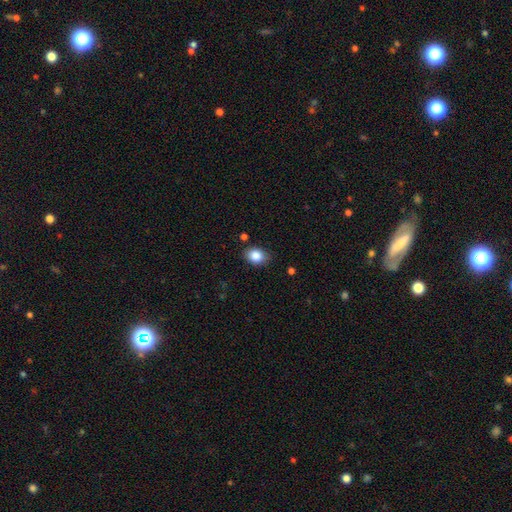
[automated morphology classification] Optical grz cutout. It shows a smooth galaxy with no disk features (86%) that is in between round and cigar-shaped (65%). Merging: none (82%).